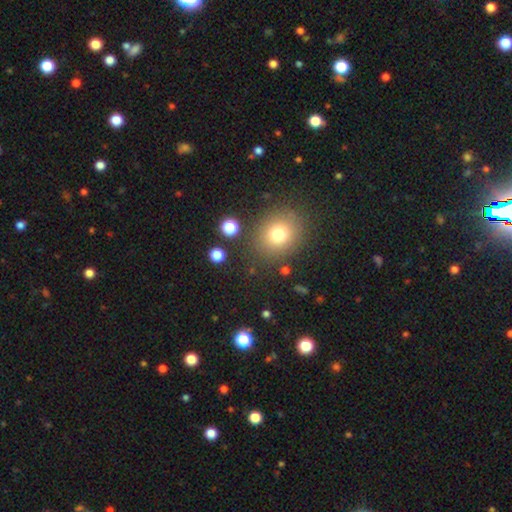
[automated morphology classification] A smooth galaxy with no disk features (58%) that is round (78%).

Vote fractions:
- Smooth or featured? smooth: 58% / star or artifact: 34% / featured or disk: 8%
- How rounded? round: 78% / in between: 21% / cigar-shaped: 1%
- Merging? none: 87% / minor disturbance: 7% / merger: 3% / major disturbance: 3%